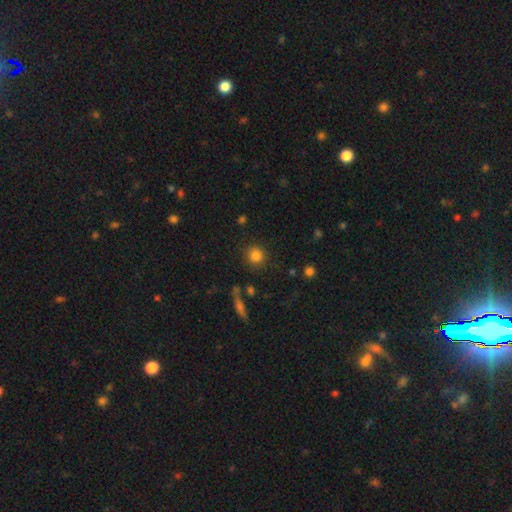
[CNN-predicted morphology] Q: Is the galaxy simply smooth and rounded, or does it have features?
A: smooth — 83%.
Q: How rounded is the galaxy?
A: round — 91%.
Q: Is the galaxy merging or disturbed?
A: none — 86%.